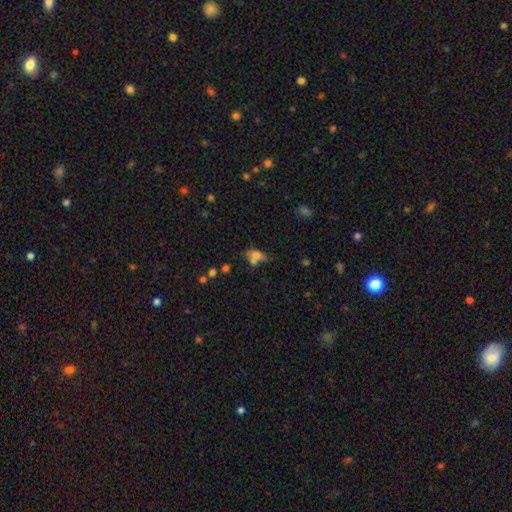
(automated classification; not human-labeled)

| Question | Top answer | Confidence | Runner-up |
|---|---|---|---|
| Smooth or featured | smooth | 66% | featured or disk (21%) |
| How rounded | in between | 76% | round (18%) |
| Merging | merger | 37% | none (35%) |